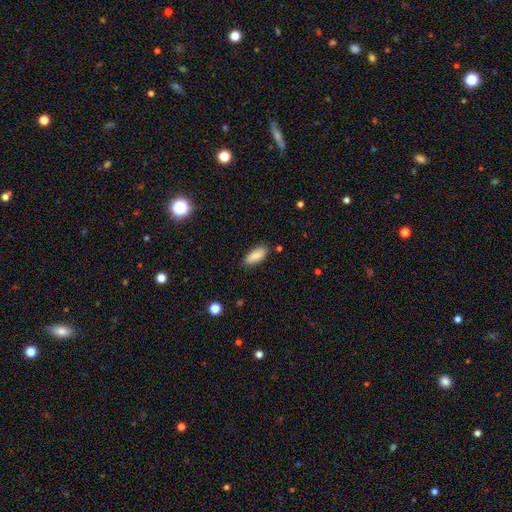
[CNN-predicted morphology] A smooth galaxy with no disk features (86%) that is in between round and cigar-shaped (82%).

Vote fractions:
- Smooth or featured? smooth: 86% / featured or disk: 8% / star or artifact: 7%
- How rounded? in between: 82% / cigar-shaped: 16% / round: 2%
- Merging? none: 85% / minor disturbance: 11% / major disturbance: 2% / merger: 2%